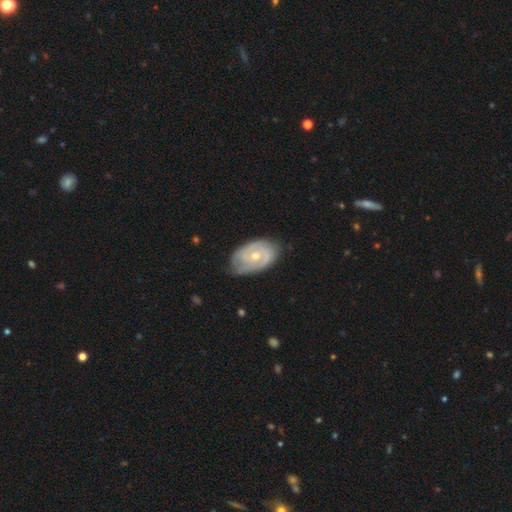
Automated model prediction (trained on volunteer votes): Smooth or featured: featured or disk — 75% (smooth — 20%)
Edge-on disk: no — 96% (yes — 4%)
Bar: no — 71% (weak — 24%)
Spiral arms: yes — 83% (no — 17%)
Spiral winding: tight — 61% (medium — 29%)
Spiral arm count: 2 — 50% (can't tell — 30%)
Bulge size: moderate — 61% (small — 35%)
Merging: none — 65% (minor disturbance — 26%)